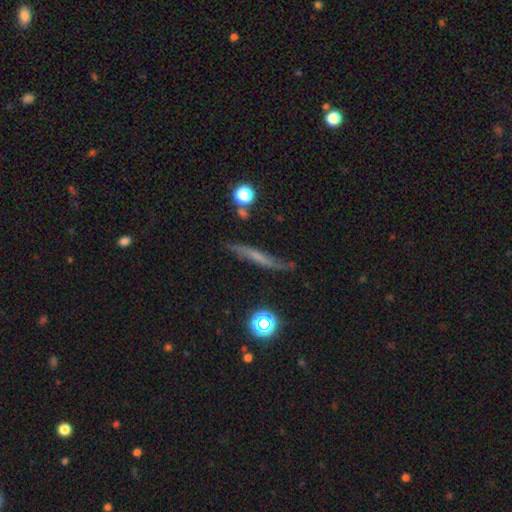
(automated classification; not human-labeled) featured or disk 54%, smooth 35%, star or artifact 11%. Down the decision tree: edge-on disk — yes (63%); merging — none (70%).